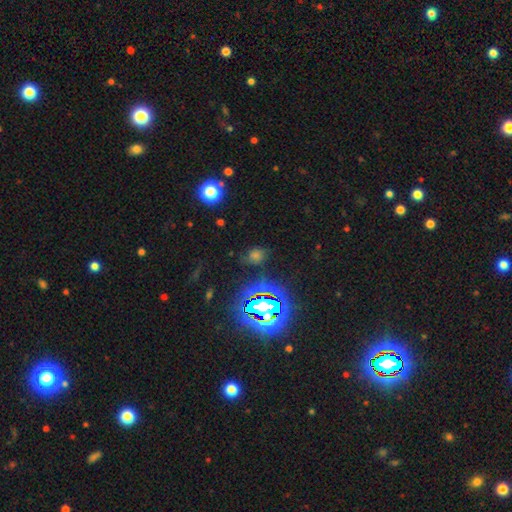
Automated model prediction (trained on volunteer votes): This is possibly a star or artifact rather than a galaxy (51%).